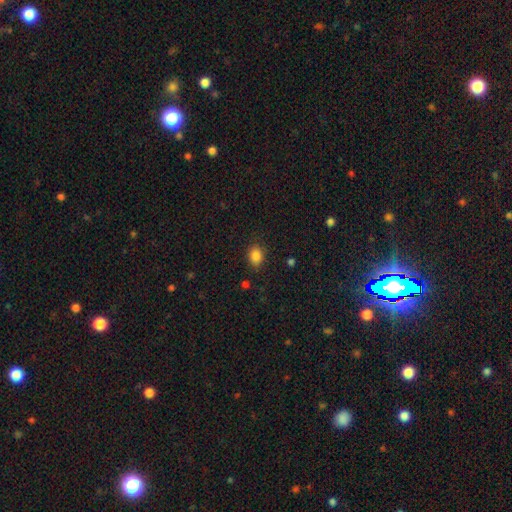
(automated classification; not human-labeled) smooth-or-featured: smooth: 85% | star or artifact: 10% | featured or disk: 4%
  how-rounded: in between: 64% | round: 35% | cigar-shaped: 1%
  merging: none: 82% | minor disturbance: 13% | major disturbance: 3% | merger: 1%